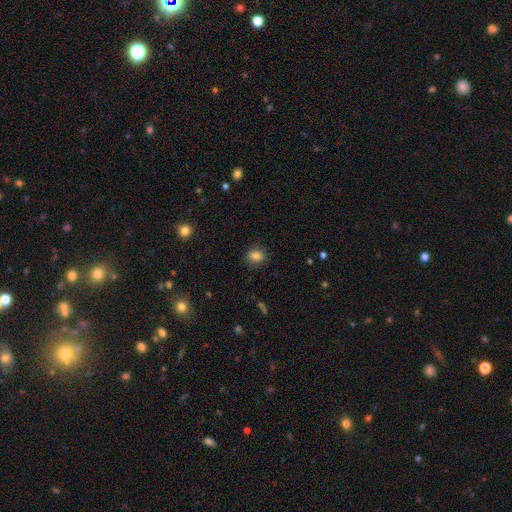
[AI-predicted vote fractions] Smooth or featured? Predicted: smooth (p=0.84). How rounded? Predicted: in between (p=0.55). Merging? Predicted: none (p=0.83).